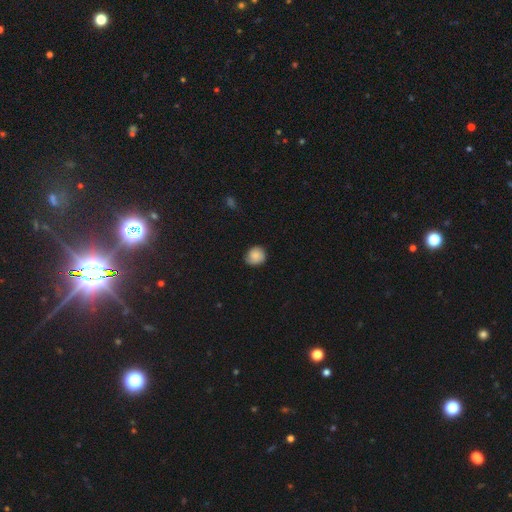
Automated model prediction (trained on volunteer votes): Smooth or featured: smooth — 84% (featured or disk — 8%)
How rounded: round — 82% (in between — 17%)
Merging: none — 82% (minor disturbance — 15%)